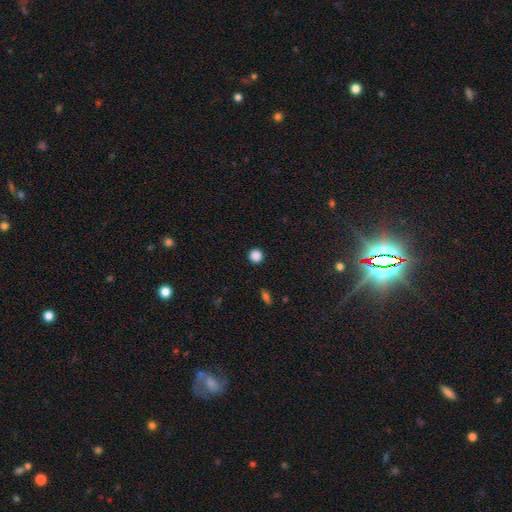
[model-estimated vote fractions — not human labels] This is clearly a smooth galaxy (86%). How rounded: clearly round (95%). Merging: clearly none (92%).